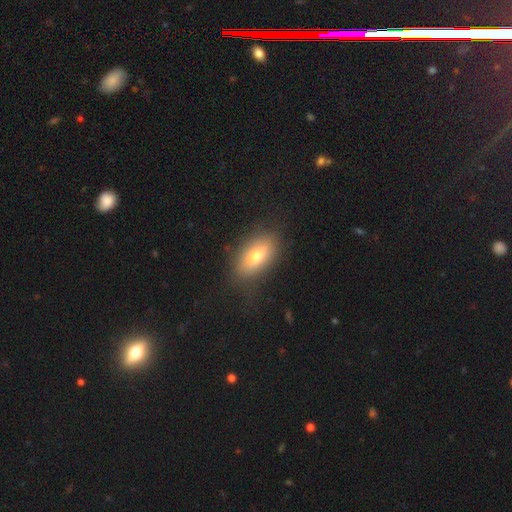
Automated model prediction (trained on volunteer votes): smooth_or_featured: smooth (p=0.72) [alt: featured or disk p=0.19]
how_rounded: in between (p=0.87) [alt: round p=0.08]
merging: none (p=0.80) [alt: minor disturbance p=0.13]